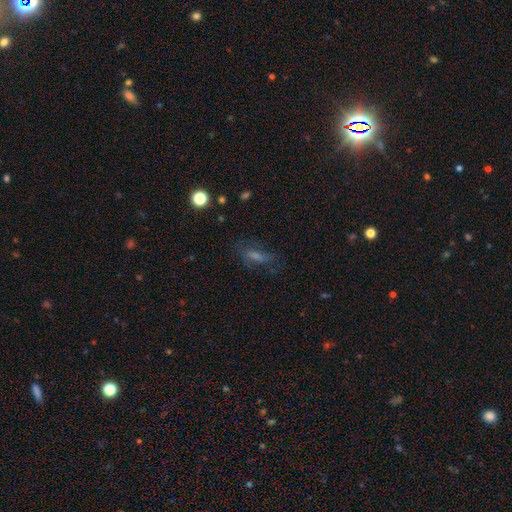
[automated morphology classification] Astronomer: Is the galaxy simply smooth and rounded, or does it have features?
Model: smooth — 37% (runner-up: featured or disk, 35%).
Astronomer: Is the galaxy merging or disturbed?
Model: none — 68%.